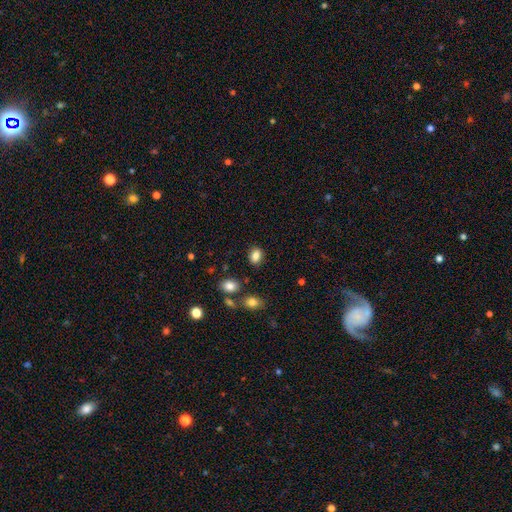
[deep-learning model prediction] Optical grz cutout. It shows a smooth galaxy with no disk features (85%) that is in between round and cigar-shaped (72%). Merging: none (83%).